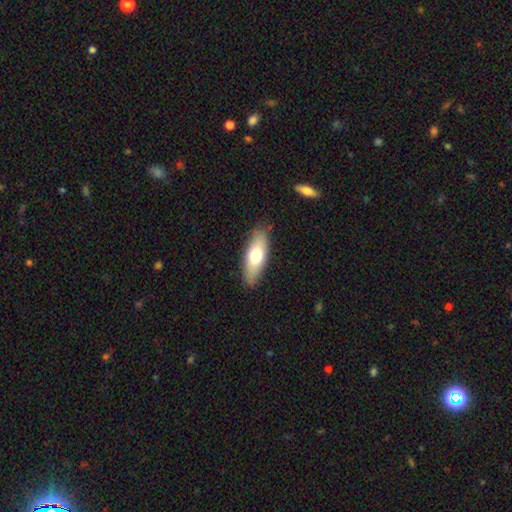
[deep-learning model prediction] Overall: smooth (67%). How rounded: in between (70%). Merging: none (85%).